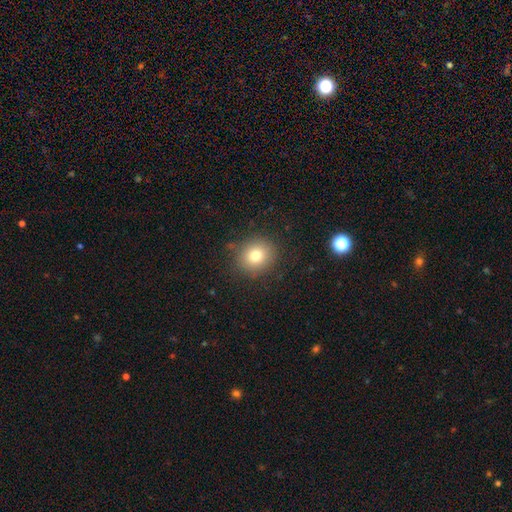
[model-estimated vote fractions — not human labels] The model was most divided on "how rounded": round: 79%, in between: 20%, cigar-shaped: 1%. More confident: merging — none (86%); smooth or featured — smooth (78%).